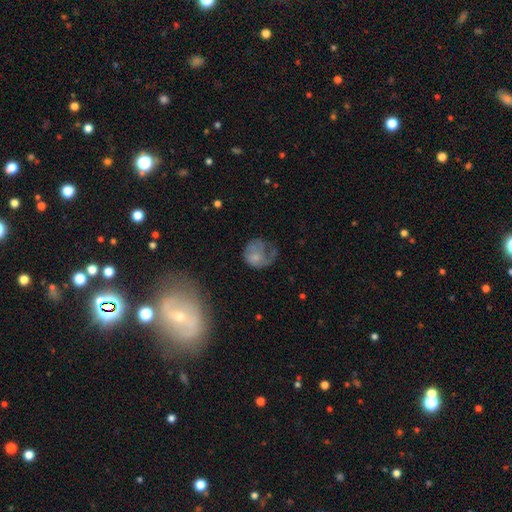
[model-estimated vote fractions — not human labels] Overall: smooth (49%; featured or disk 41%). Merging: major disturbance (43%; none 29%).